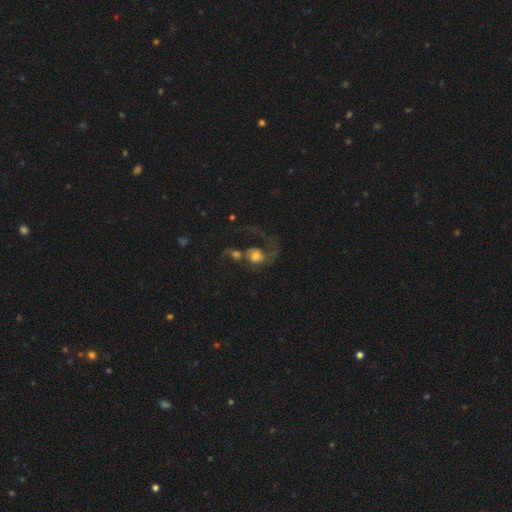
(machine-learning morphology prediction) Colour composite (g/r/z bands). It shows a featured or disk galaxy (47%). Merging: merger (56%).